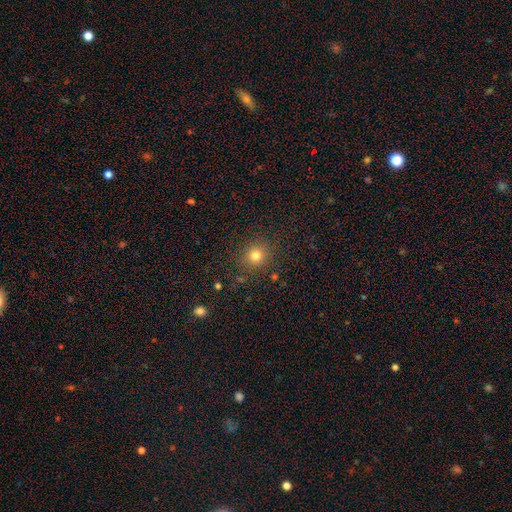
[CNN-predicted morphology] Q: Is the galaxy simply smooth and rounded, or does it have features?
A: smooth — 79%.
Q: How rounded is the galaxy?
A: round — 91%.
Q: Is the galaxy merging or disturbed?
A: none — 88%.